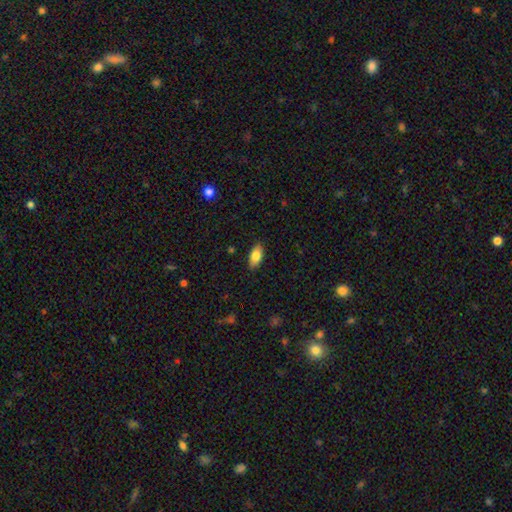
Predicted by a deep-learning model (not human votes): This is clearly a smooth galaxy (83%). How rounded: clearly in between (89%). Merging: clearly none (87%).